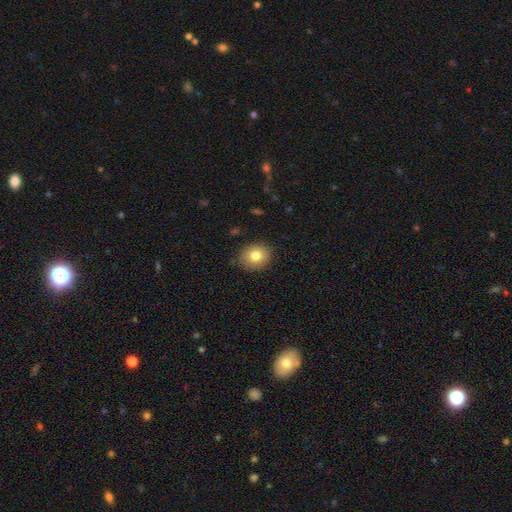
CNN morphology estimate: smooth 80%, featured or disk 11%, star or artifact 10%. Down the decision tree: how rounded — round (62%); merging — none (86%).